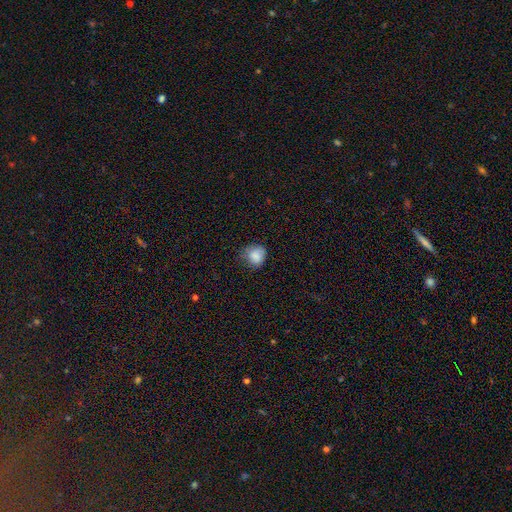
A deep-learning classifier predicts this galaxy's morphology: smooth 84%, star or artifact 9%, featured or disk 6%. Down the decision tree: how rounded — round (75%); merging — none (62%).